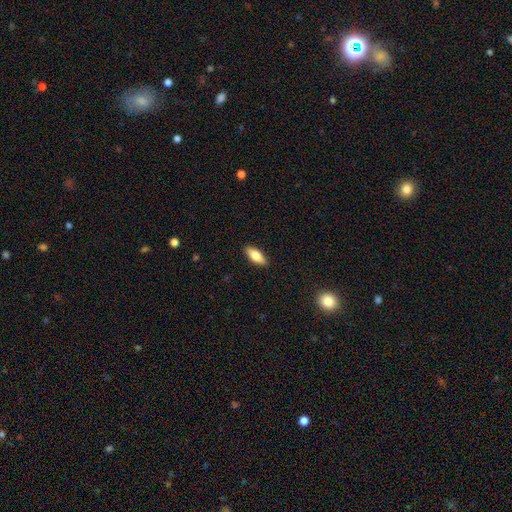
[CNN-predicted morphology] Overall: smooth (77%). How rounded: in between (74%). Merging: none (90%).